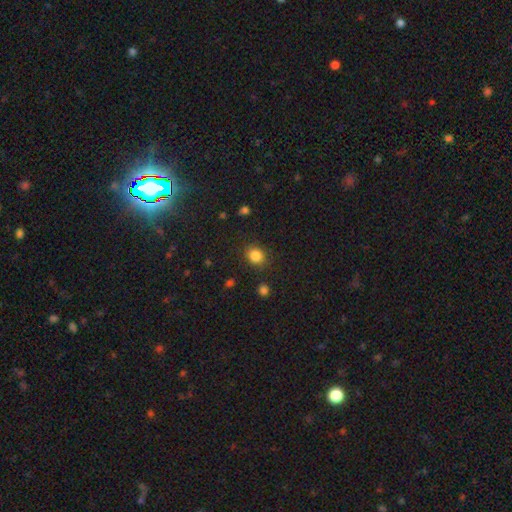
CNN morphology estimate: smooth 84%, star or artifact 11%, featured or disk 5%. Down the decision tree: how rounded — round (65%); merging — none (84%).